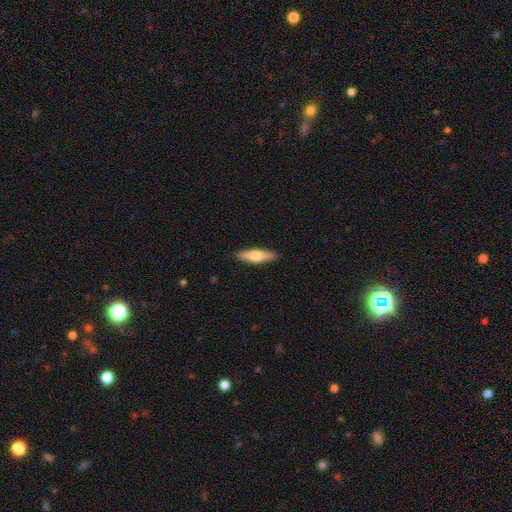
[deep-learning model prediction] Q: Smooth or featured?
A: smooth (63%); runner-up: featured or disk (32%)
Q: How rounded?
A: cigar-shaped (63%); runner-up: in between (35%)
Q: Merging?
A: none (90%); runner-up: minor disturbance (7%)